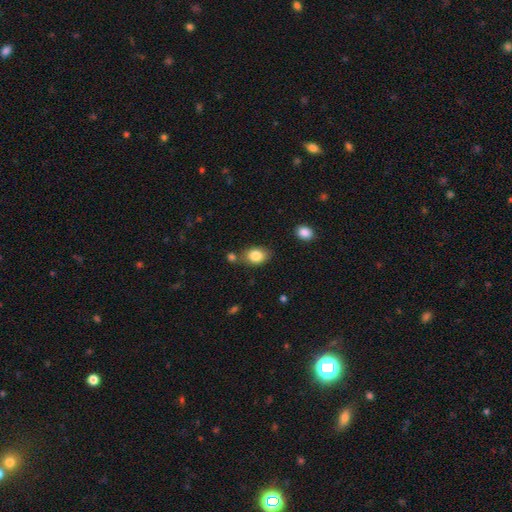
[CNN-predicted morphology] Smooth or featured?
  - smooth: 84% *
  - star or artifact: 8%
  - featured or disk: 8%
How rounded?
  - in between: 77% *
  - round: 22%
  - cigar-shaped: 1%
Merging?
  - none: 70% *
  - minor disturbance: 16%
  - merger: 10%
  - major disturbance: 4%